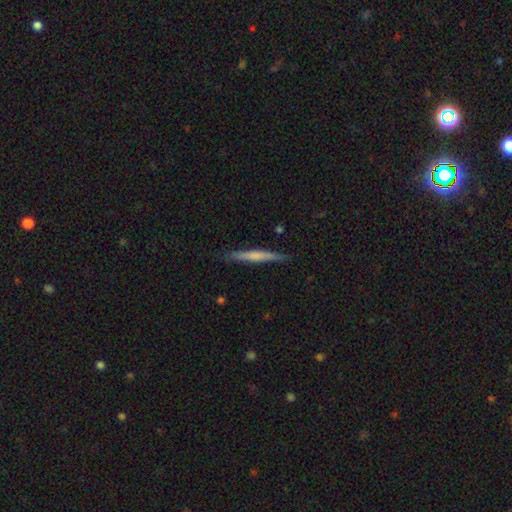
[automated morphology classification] Smooth or featured?
  - featured or disk: 47% * (tied)
  - smooth: 47% * (tied)
  - star or artifact: 6%
Merging?
  - none: 88% *
  - minor disturbance: 9%
  - major disturbance: 2%
  - merger: 1%